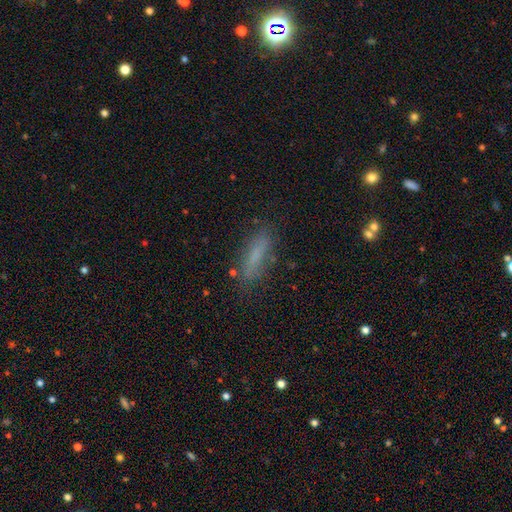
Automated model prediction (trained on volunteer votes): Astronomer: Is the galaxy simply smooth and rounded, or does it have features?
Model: smooth — 71%.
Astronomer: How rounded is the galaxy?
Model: cigar-shaped — 68%.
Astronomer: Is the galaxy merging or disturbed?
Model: none — 79%.